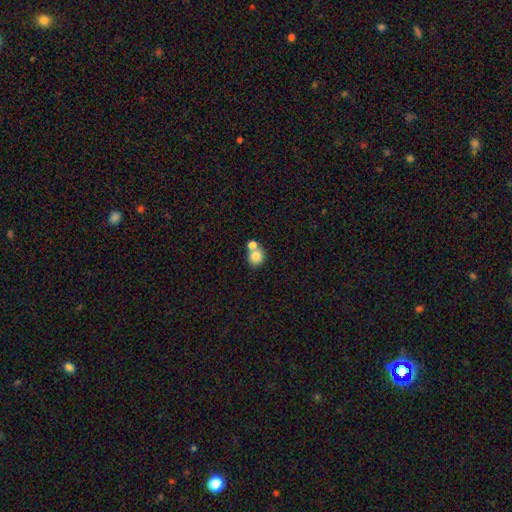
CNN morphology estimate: smooth_or_featured: smooth (p=0.79) [alt: featured or disk p=0.11]
how_rounded: round (p=0.76) [alt: in between p=0.23]
merging: merger (p=0.48) [alt: none p=0.41]